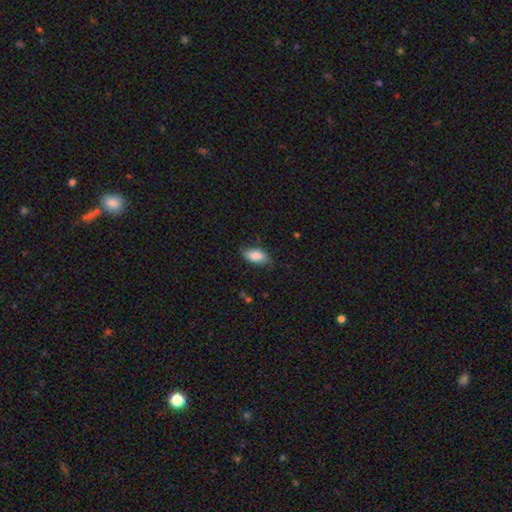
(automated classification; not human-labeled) The model was most divided on "merging": none: 74%, minor disturbance: 21%, major disturbance: 4%, merger: 1%. More confident: how rounded — in between (92%); smooth or featured — smooth (84%).